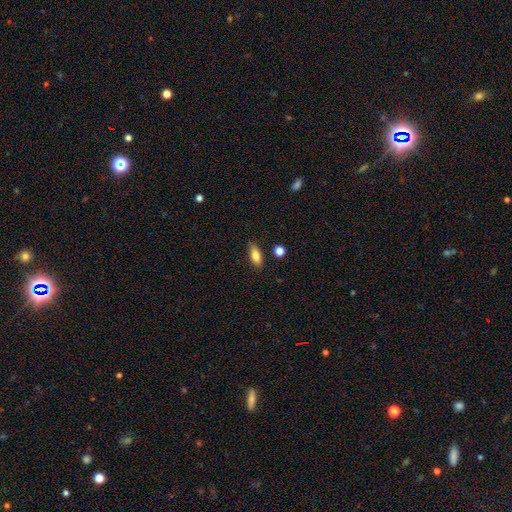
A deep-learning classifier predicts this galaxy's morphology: smooth_or_featured: smooth (p=0.82) [alt: featured or disk p=0.11]
how_rounded: in between (p=0.81) [alt: cigar-shaped p=0.15]
merging: none (p=0.83) [alt: minor disturbance p=0.12]